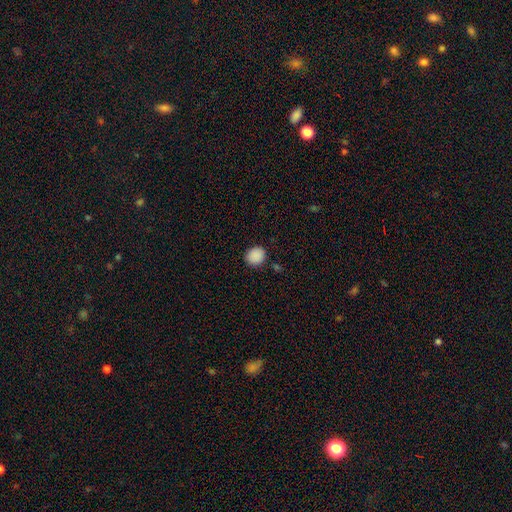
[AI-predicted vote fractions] This is clearly a smooth galaxy (89%). How rounded: likely round (73%). Merging: clearly none (86%).